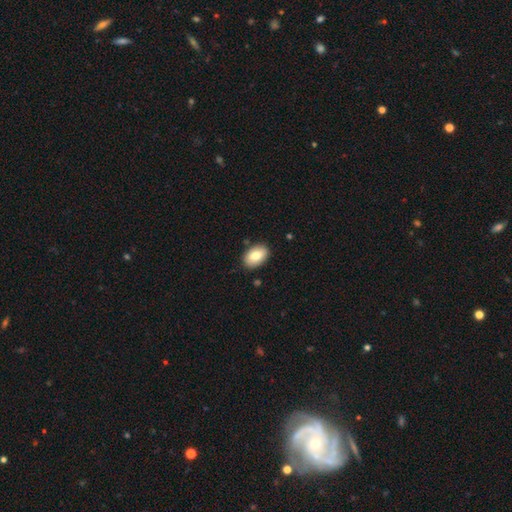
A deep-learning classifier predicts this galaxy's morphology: type=smooth (82%); roundness=in between (90%); merging=none (87%).